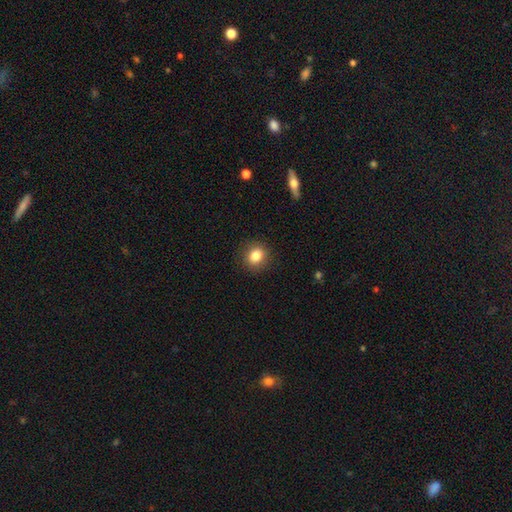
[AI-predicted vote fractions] This appears to be a smooth galaxy with no disk features (84%) that is round (74%). Merging: none (89%).